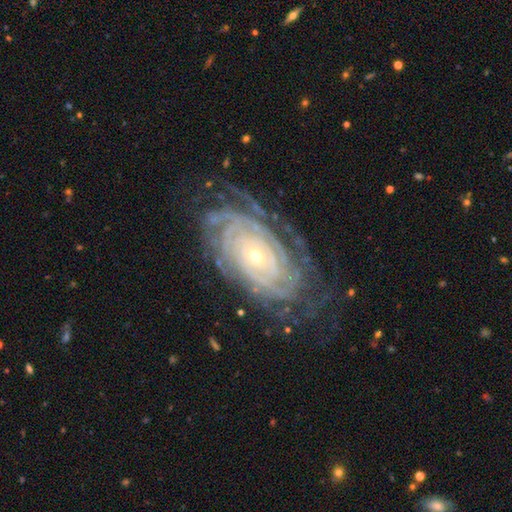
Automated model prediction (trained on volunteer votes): smooth-or-featured: featured or disk: 90% | star or artifact: 6% | smooth: 4%
  disk-edge-on: no: 96% | yes: 4%
    bar: no: 76% | weak: 16% | strong: 8%
    has-spiral-arms: yes: 98% | no: 2%
      spiral-winding: tight: 86% | medium: 11% | loose: 2%
      spiral-arm-count: can't tell: 29% | more than 4: 24% | 4: 18% | 3: 11% | 2: 11% | 1: 7%
    bulge-size: small: 74% | moderate: 23% | large: 1% | none: 1% | dominant: 1%
  merging: none: 73% | minor disturbance: 17% | major disturbance: 8% | merger: 1%